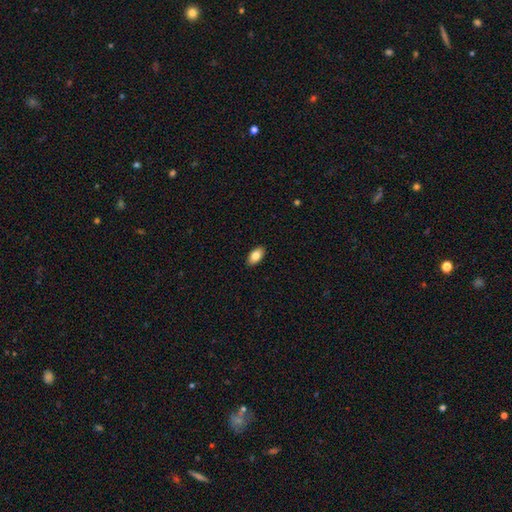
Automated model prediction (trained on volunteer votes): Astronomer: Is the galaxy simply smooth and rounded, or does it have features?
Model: smooth — 83%.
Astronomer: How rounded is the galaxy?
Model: in between — 93%.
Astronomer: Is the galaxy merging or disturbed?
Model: none — 90%.